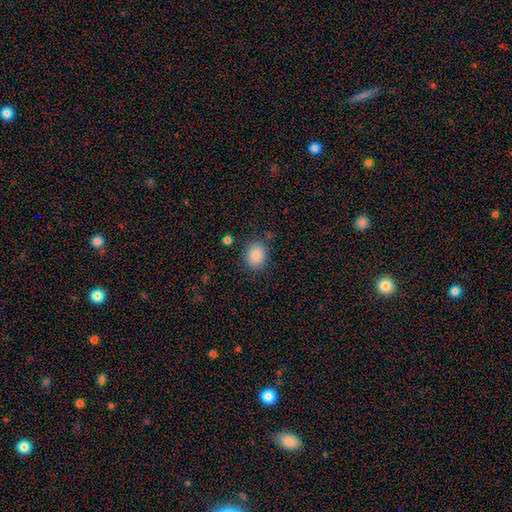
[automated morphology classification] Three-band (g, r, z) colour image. It shows a smooth galaxy with no disk features (87%) that is round (53%). Merging: none (81%).